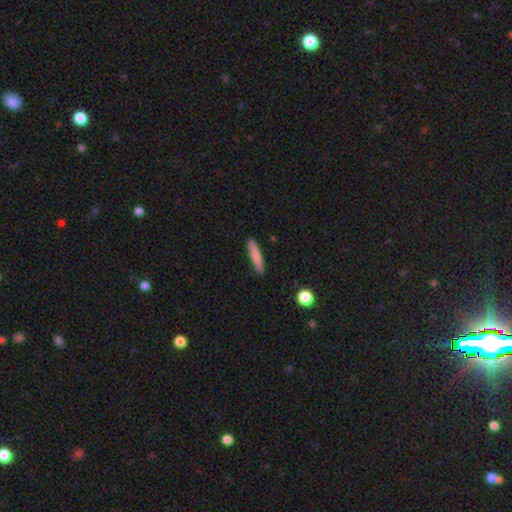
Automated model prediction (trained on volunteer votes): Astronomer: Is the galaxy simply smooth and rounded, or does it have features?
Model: smooth — 78%.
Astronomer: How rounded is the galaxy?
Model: cigar-shaped — 88%.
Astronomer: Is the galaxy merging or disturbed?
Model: none — 89%.